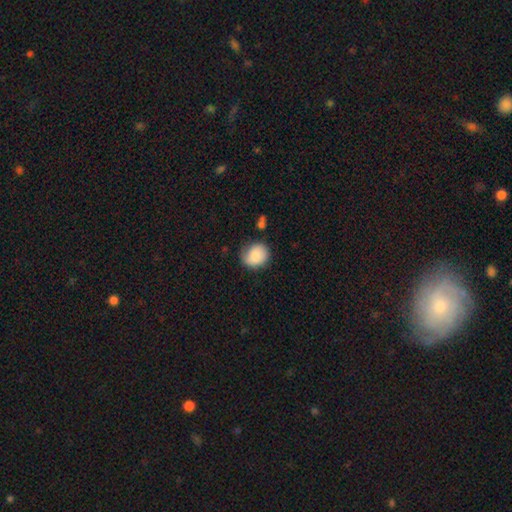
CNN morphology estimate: smooth-or-featured: smooth: 82% | featured or disk: 11% | star or artifact: 7%
  how-rounded: round: 70% | in between: 29% | cigar-shaped: 1%
  merging: none: 68% | minor disturbance: 24% | major disturbance: 6% | merger: 3%